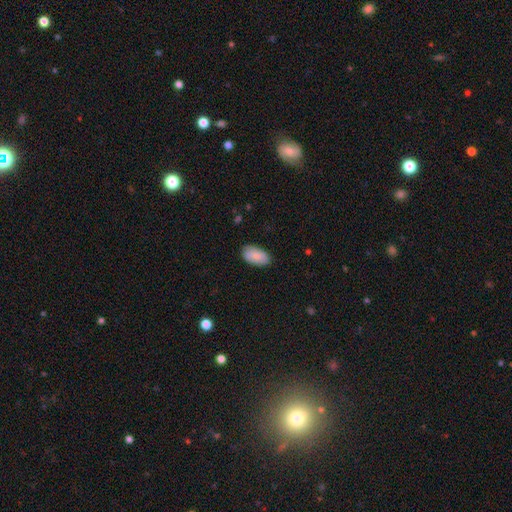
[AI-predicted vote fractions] A smooth galaxy with no disk features (79%) that is in between round and cigar-shaped (94%).

Vote fractions:
- Smooth or featured? smooth: 79% / featured or disk: 15% / star or artifact: 6%
- How rounded? in between: 94% / round: 4% / cigar-shaped: 2%
- Merging? none: 84% / minor disturbance: 13% / major disturbance: 2% / merger: 1%